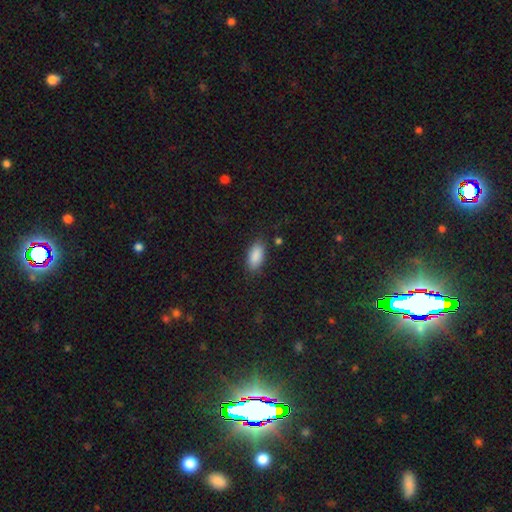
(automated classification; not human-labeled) Overall: smooth (88%). How rounded: in between (90%). Merging: none (82%).